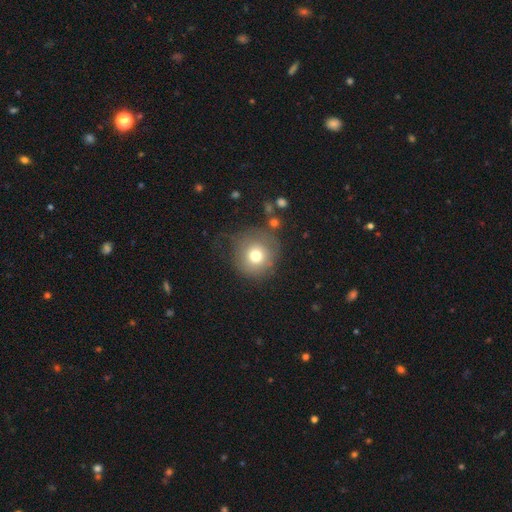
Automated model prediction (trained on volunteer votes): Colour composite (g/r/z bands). It shows a smooth galaxy with no disk features (73%) that is round (93%). Merging: none (63%).